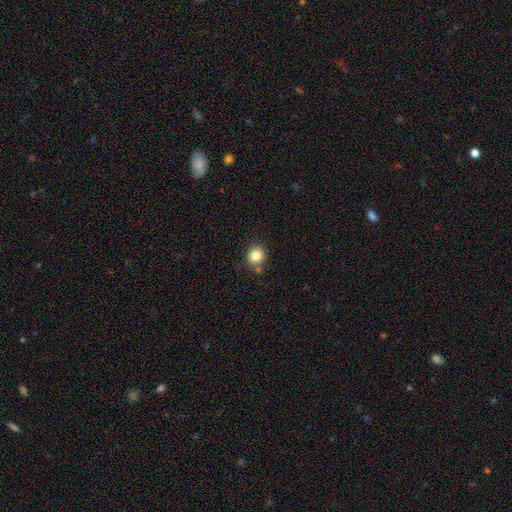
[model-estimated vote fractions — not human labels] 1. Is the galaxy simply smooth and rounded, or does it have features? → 82% smooth, 11% star or artifact, 6% featured or disk.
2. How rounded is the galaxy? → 90% round, 9% in between, 1% cigar-shaped.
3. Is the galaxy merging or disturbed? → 78% none, 11% minor disturbance, 8% merger, 3% major disturbance.